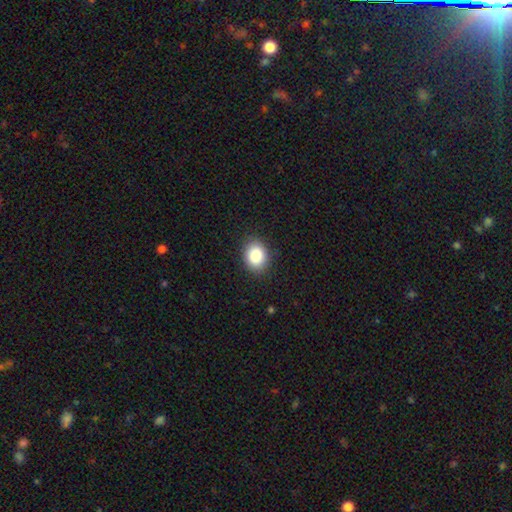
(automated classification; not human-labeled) Smooth or featured? smooth (87%)
How rounded? in between (59%)
Merging? none (88%)